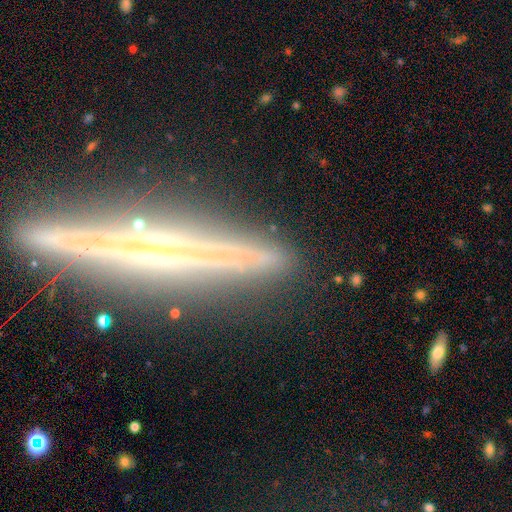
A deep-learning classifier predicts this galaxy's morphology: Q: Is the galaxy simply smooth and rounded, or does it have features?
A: star or artifact — 40%.